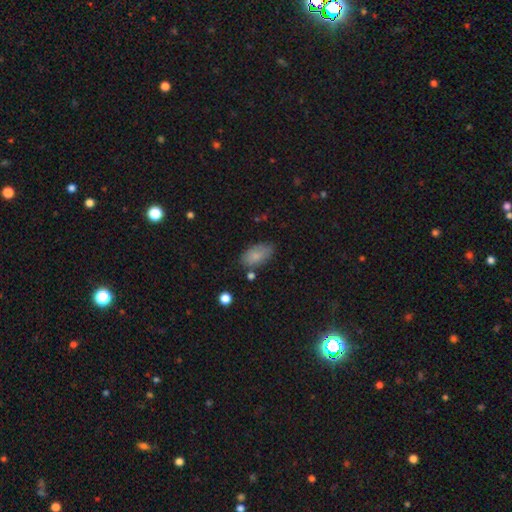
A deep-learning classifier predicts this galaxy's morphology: A smooth galaxy with no disk features (83%) that is in between round and cigar-shaped (93%). Merging: none (71%).